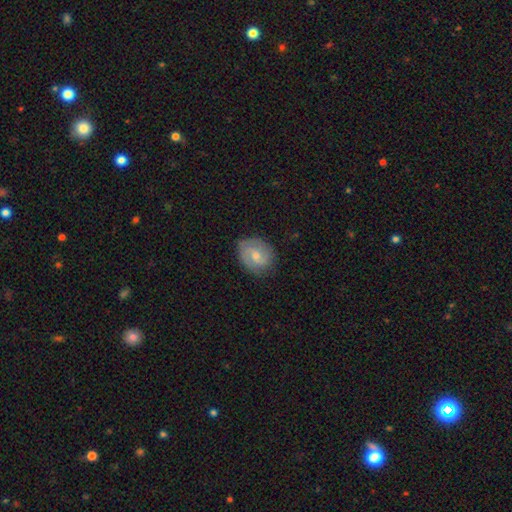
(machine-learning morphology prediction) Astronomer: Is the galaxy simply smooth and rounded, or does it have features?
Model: featured or disk — 65%.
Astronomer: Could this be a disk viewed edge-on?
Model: no — 97%.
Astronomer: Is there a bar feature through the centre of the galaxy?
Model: weak — 48% (runner-up: no, 44%).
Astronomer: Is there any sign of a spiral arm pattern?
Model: yes — 89%.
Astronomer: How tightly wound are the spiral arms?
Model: tight — 43% (runner-up: medium, 42%).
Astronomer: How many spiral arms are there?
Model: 2 — 72%.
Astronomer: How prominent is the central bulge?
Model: moderate — 49% (runner-up: small, 46%).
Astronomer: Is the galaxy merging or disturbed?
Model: none — 77%.